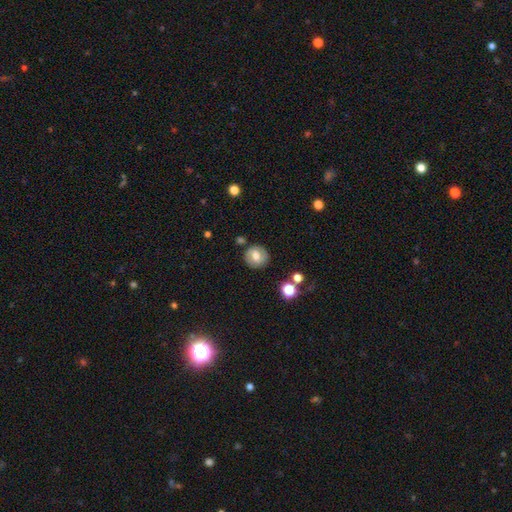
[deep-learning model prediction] smooth_or_featured: smooth (p=0.58) [alt: featured or disk p=0.33]
how_rounded: round (p=0.88) [alt: in between p=0.11]
merging: none (p=0.85) [alt: minor disturbance p=0.10]